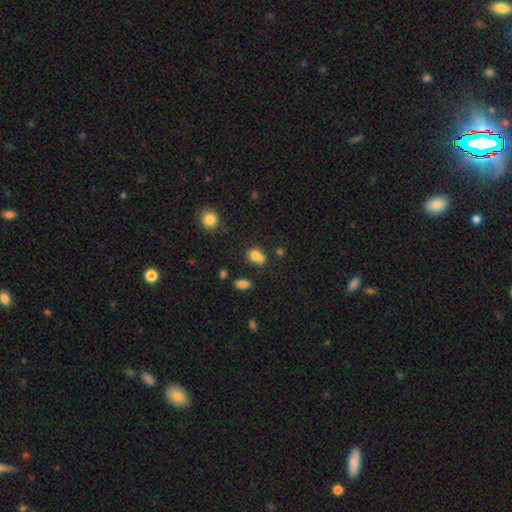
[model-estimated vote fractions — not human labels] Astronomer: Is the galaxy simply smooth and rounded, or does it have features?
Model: smooth — 74%.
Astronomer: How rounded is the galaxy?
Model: round — 65%.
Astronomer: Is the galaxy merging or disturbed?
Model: merger — 52% (runner-up: none, 34%).